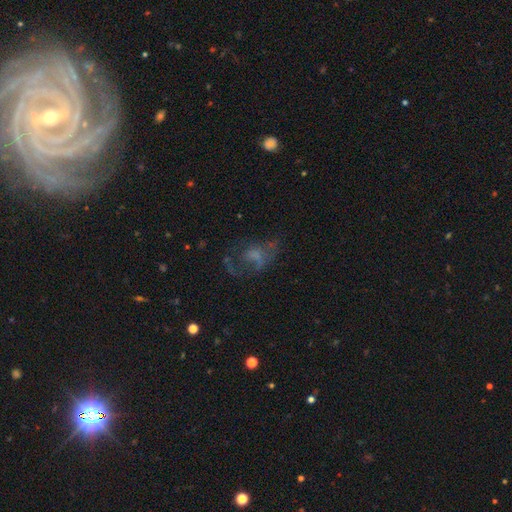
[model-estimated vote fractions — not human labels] Smooth or featured: featured or disk — 48% (smooth — 33%)
Merging: major disturbance — 43% (none — 36%)